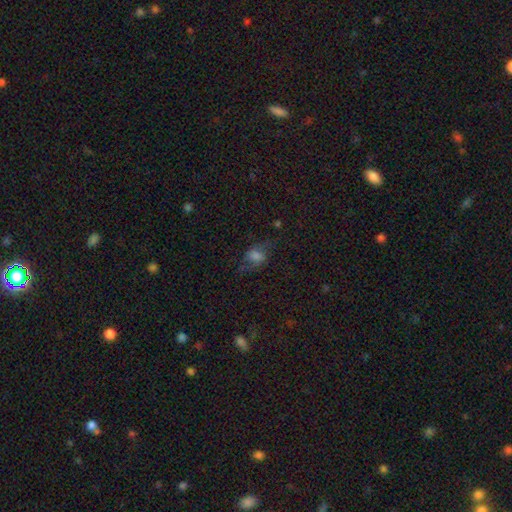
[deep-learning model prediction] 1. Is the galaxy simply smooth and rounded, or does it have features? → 54% smooth, 28% featured or disk, 18% star or artifact.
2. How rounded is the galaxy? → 73% in between, 23% round, 4% cigar-shaped.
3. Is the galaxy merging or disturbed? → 51% none, 24% major disturbance, 23% minor disturbance, 2% merger.